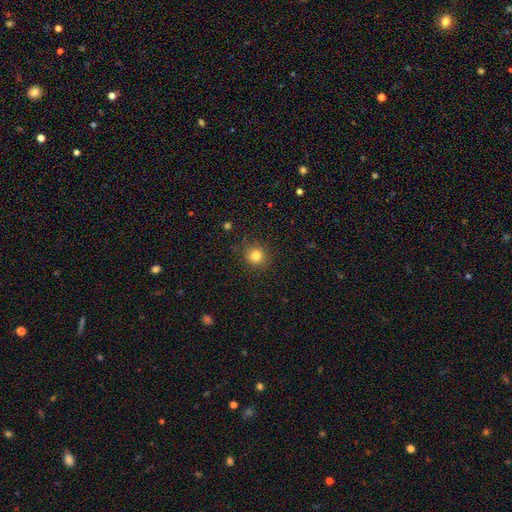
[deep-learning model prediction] Smooth or featured: smooth — 83% (star or artifact — 12%)
How rounded: round — 91% (in between — 8%)
Merging: none — 88% (minor disturbance — 8%)